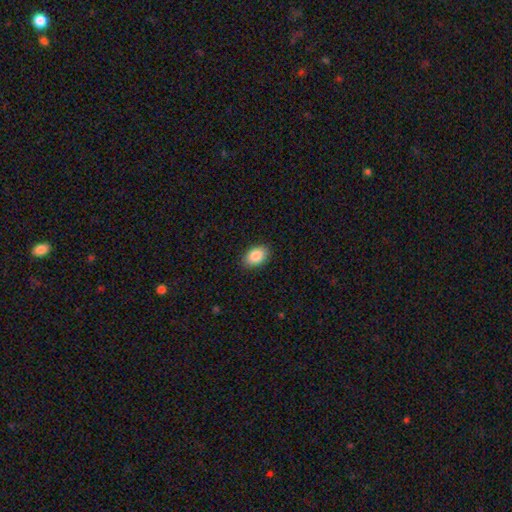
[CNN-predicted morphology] smooth 88%, star or artifact 7%, featured or disk 5%. Down the decision tree: how rounded — in between (86%); merging — none (88%).